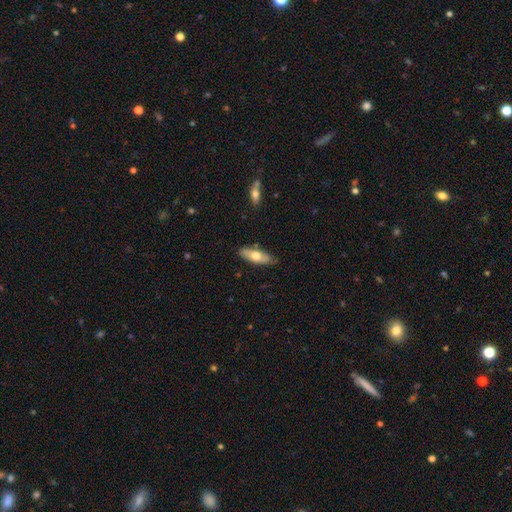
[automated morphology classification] Overall: smooth (60%; featured or disk 34%). How rounded: in between (65%; cigar-shaped 32%). Merging: none (81%).